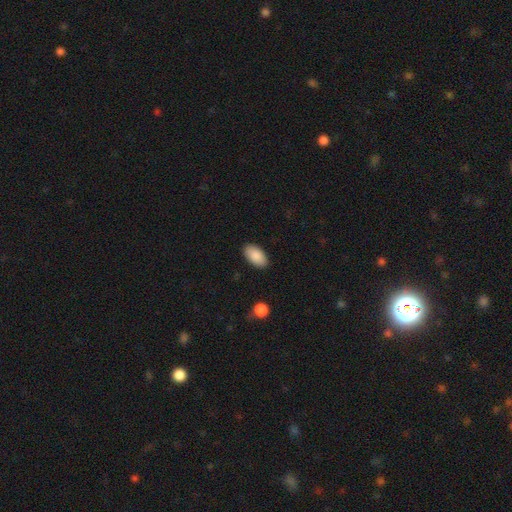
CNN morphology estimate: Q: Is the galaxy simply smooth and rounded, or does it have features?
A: smooth — 89%.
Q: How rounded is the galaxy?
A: in between — 95%.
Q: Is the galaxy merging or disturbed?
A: none — 88%.